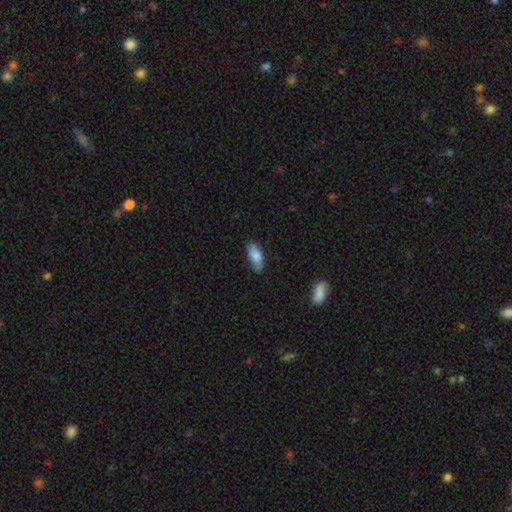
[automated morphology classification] Smooth or featured? smooth (84%)
How rounded? in between (84%)
Merging? none (69%)